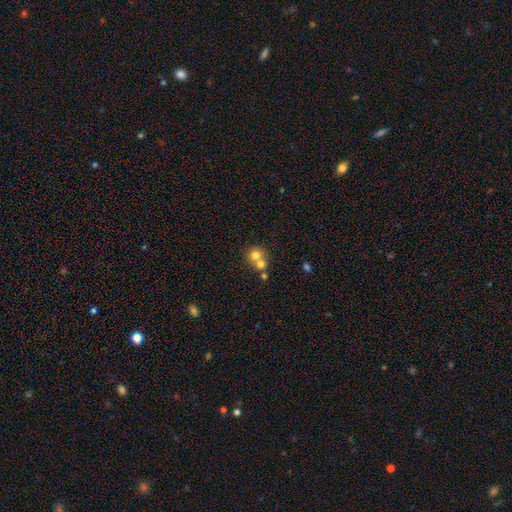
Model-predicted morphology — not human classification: type=smooth (72%); roundness=round (86%); merging=merger (55%).